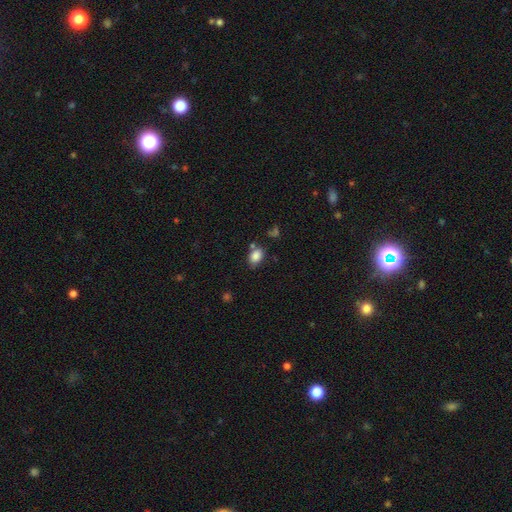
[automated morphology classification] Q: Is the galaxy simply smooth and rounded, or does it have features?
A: smooth — 85%.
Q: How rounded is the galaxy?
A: in between — 78%.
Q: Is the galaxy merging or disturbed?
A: none — 67%.